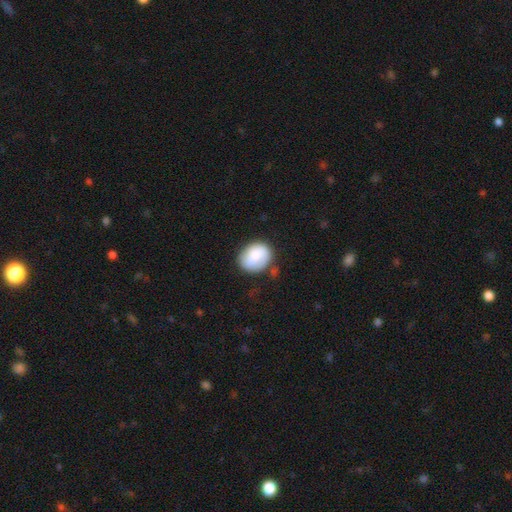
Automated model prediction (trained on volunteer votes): Q: Smooth or featured?
A: smooth (77%); runner-up: featured or disk (16%)
Q: How rounded?
A: round (58%); runner-up: in between (41%)
Q: Merging?
A: none (65%); runner-up: minor disturbance (22%)